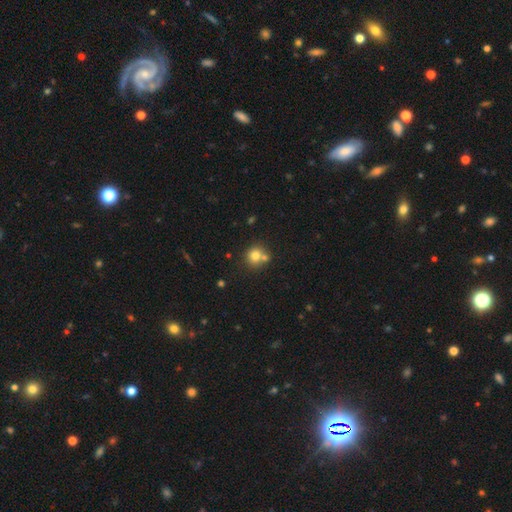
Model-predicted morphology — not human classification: Overall: smooth (76%). How rounded: round (87%). Merging: none (56%; merger 32%).